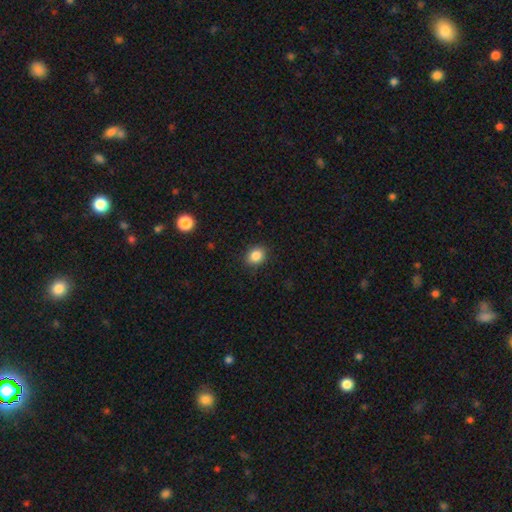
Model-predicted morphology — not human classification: The model was most divided on "how rounded": round: 56%, in between: 43%, cigar-shaped: 1%. More confident: merging — none (88%); smooth or featured — smooth (86%).